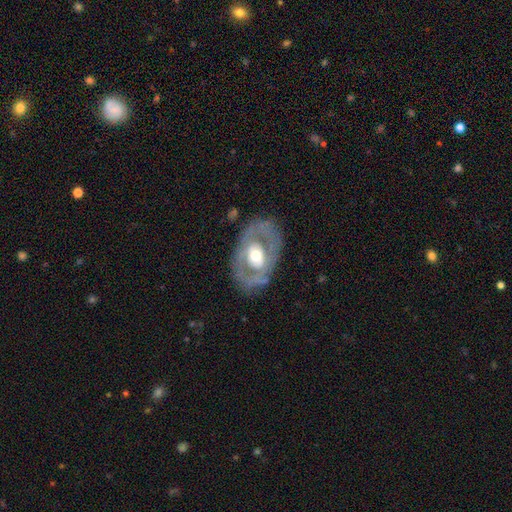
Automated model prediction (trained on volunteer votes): smooth-or-featured: featured or disk: 70% | smooth: 25% | star or artifact: 5%
  disk-edge-on: no: 93% | yes: 7%
    bar: no: 70% | weak: 21% | strong: 9%
    has-spiral-arms: no: 66% | yes: 34%
    bulge-size: moderate: 63% | large: 26% | small: 8% | dominant: 2% | none: 1%
  merging: none: 73% | minor disturbance: 16% | major disturbance: 9% | merger: 2%